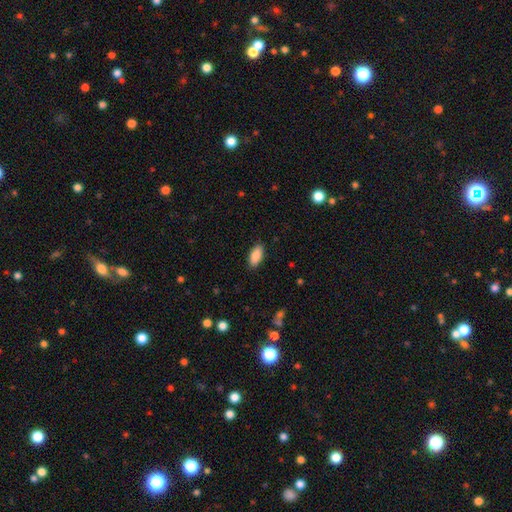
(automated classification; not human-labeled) Smooth or featured: smooth — 89% (star or artifact — 6%)
How rounded: in between — 88% (cigar-shaped — 10%)
Merging: none — 88% (minor disturbance — 9%)